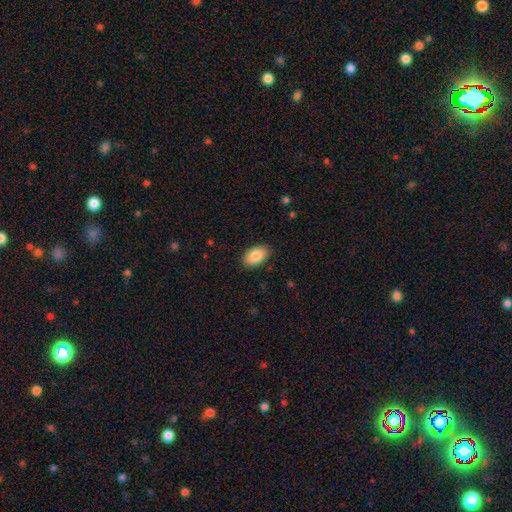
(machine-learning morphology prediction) Smooth or featured?
  - smooth: 86% *
  - featured or disk: 7%
  - star or artifact: 7%
How rounded?
  - in between: 94% *
  - round: 5%
  - cigar-shaped: 1%
Merging?
  - none: 88% *
  - minor disturbance: 9%
  - major disturbance: 2%
  - merger: 1%